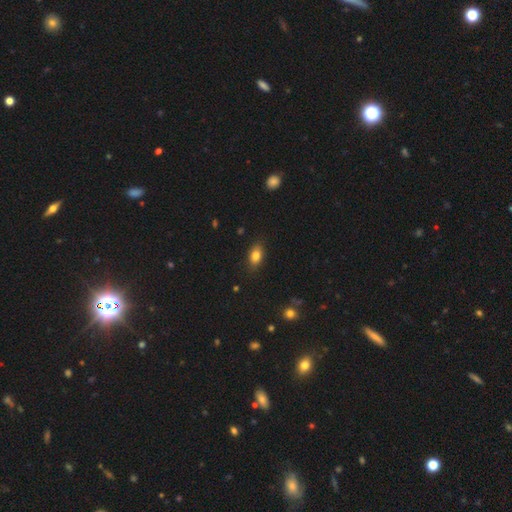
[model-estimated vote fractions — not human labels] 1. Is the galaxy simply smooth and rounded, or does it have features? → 81% smooth, 9% star or artifact, 9% featured or disk.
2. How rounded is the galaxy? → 84% in between, 12% round, 4% cigar-shaped.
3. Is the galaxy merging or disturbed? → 85% none, 12% minor disturbance, 2% major disturbance, 1% merger.